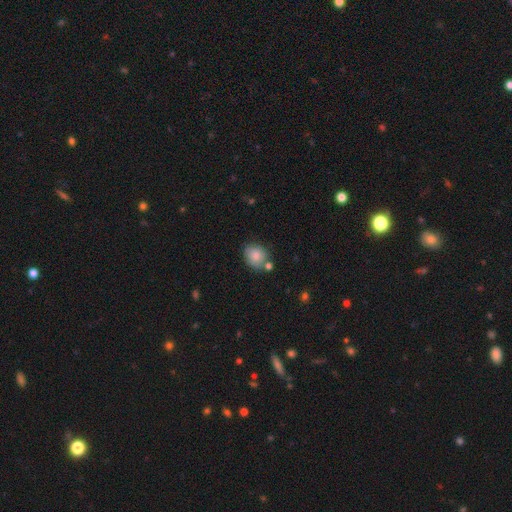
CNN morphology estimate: This is clearly a smooth galaxy (83%). How rounded: likely round (68%). Merging: likely none (69%).